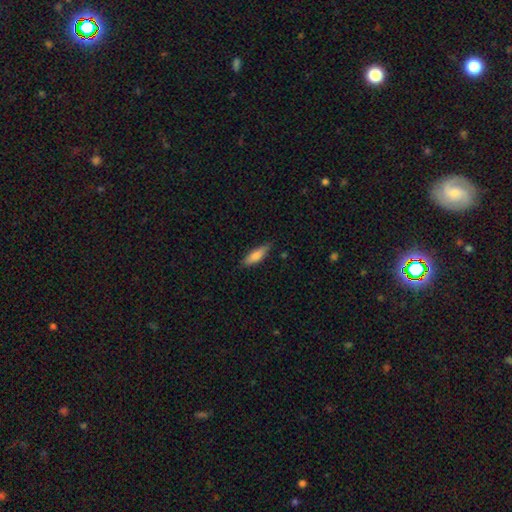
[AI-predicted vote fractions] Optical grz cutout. It shows a smooth galaxy with no disk features (75%) that is cigar-shaped (53%). Merging: none (79%).